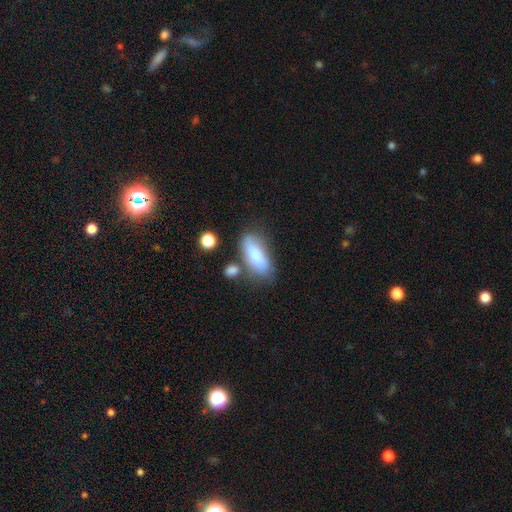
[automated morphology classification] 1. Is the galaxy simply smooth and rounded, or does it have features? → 82% smooth, 11% featured or disk, 7% star or artifact.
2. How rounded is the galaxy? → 78% in between, 20% cigar-shaped, 2% round.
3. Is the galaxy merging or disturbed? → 60% none, 20% minor disturbance, 13% merger, 7% major disturbance.